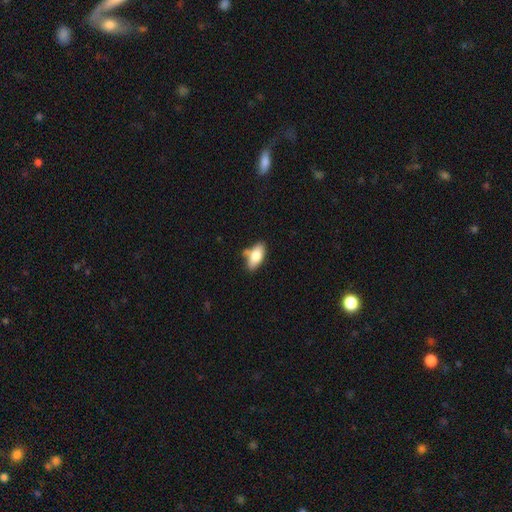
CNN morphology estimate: type=smooth (76%); roundness=in between (88%); merging=none (65%).